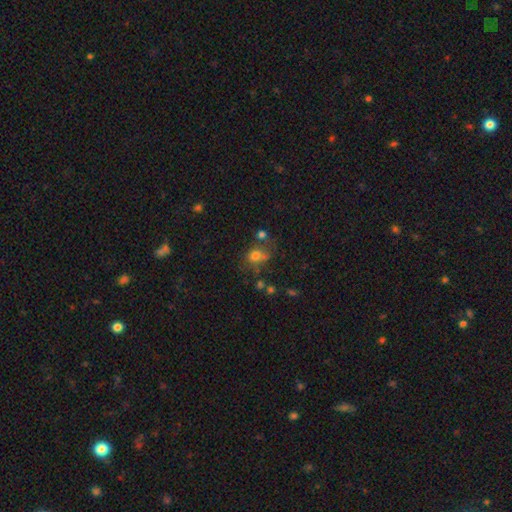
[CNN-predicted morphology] A smooth galaxy with no disk features (71%) that is round (56%).

Vote fractions:
- Smooth or featured? smooth: 71% / star or artifact: 15% / featured or disk: 13%
- How rounded? round: 56% / in between: 43% / cigar-shaped: 1%
- Merging? none: 49% / minor disturbance: 20% / merger: 19% / major disturbance: 12%